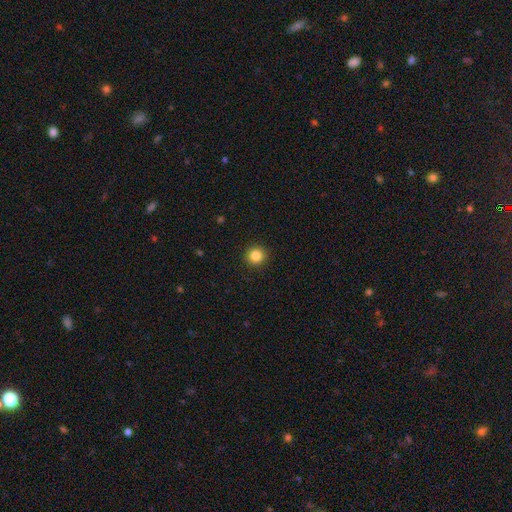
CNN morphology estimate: A smooth galaxy with no disk features (85%) that is round (95%). Merging: none (93%).